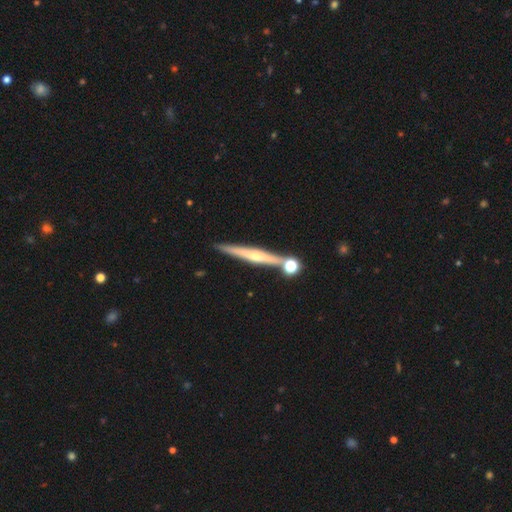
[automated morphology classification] featured or disk 70%, smooth 23%, star or artifact 7%. Down the decision tree: edge-on disk — yes (97%); edge-on bulge — rounded (74%); merging — none (80%).